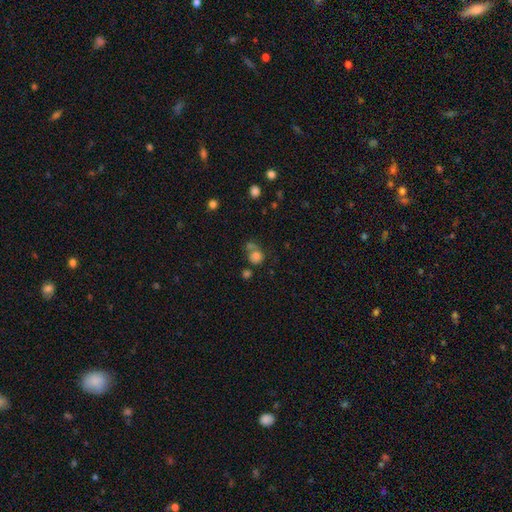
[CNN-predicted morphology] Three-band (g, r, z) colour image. It shows a smooth galaxy with no disk features (75%) that is round (78%). Merging: none (44%).